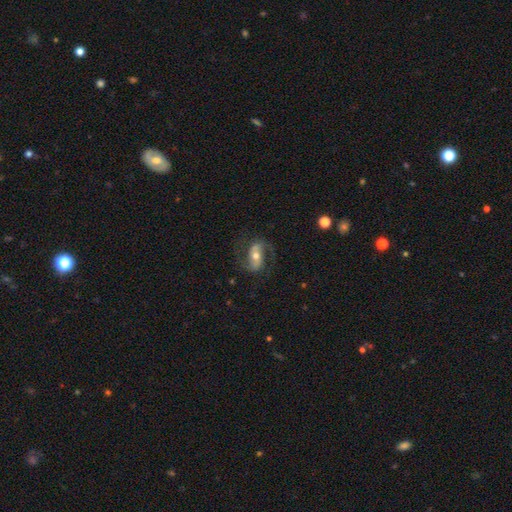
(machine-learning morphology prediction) Smooth or featured?
  - featured or disk: 81% *
  - smooth: 13%
  - star or artifact: 7%
Edge-on disk?
  - no: 96% *
  - yes: 4%
Bar?
  - strong: 37% *
  - weak: 35%
  - no: 29%
Spiral arms?
  - yes: 94% *
  - no: 6%
Spiral winding?
  - medium: 48% *
  - loose: 39%
  - tight: 12%
Spiral arm count?
  - 2: 92% *
  - can't tell: 3%
  - 1: 2%
  - 3: 1%
  - 4: 1%
  - more than 4: 1%
Bulge size?
  - moderate: 65% *
  - small: 26%
  - large: 6%
  - none: 1%
  - dominant: 1%
Merging?
  - none: 75% *
  - minor disturbance: 14%
  - major disturbance: 10%
  - merger: 1%